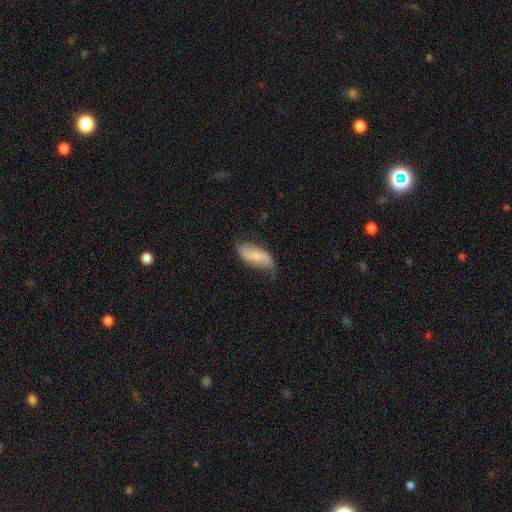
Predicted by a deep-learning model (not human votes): A smooth galaxy with no disk features (51%) that is in between round and cigar-shaped (84%).

Vote fractions:
- Smooth or featured? smooth: 51% / featured or disk: 42% / star or artifact: 7%
- How rounded? in between: 84% / cigar-shaped: 13% / round: 3%
- Merging? none: 54% / minor disturbance: 34% / major disturbance: 10% / merger: 2%